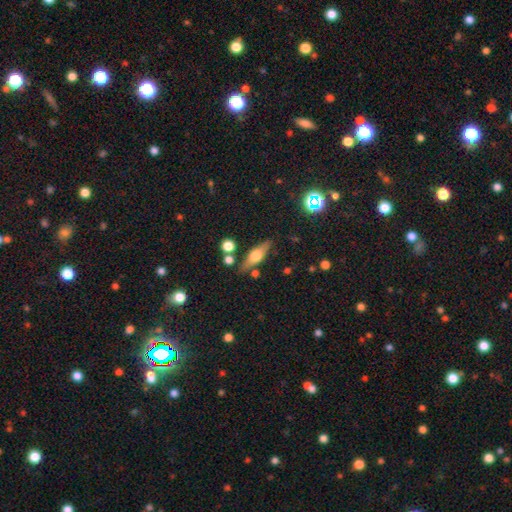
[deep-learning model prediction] Smooth or featured?
  - featured or disk: 47% *
  - smooth: 45%
  - star or artifact: 8%
Merging?
  - none: 77% *
  - minor disturbance: 13%
  - merger: 6%
  - major disturbance: 4%